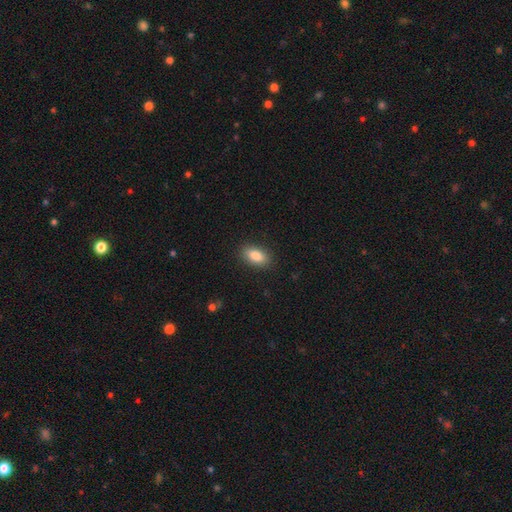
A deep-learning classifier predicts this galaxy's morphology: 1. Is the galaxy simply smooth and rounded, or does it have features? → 87% smooth, 7% star or artifact, 5% featured or disk.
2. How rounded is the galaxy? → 91% in between, 5% cigar-shaped, 4% round.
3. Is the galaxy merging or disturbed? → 88% none, 8% minor disturbance, 2% major disturbance, 1% merger.